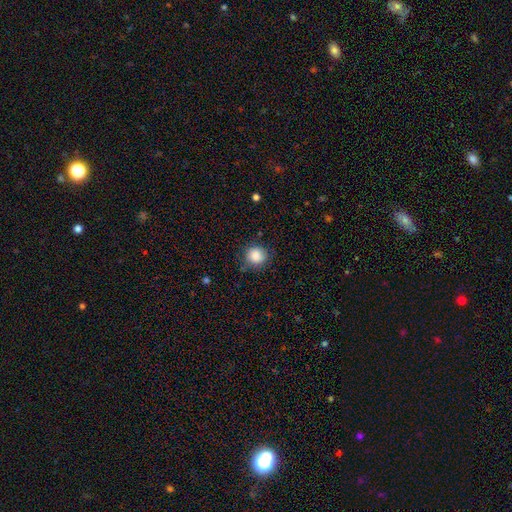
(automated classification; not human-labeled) This is clearly a smooth galaxy (86%). How rounded: clearly round (87%). Merging: likely none (79%).